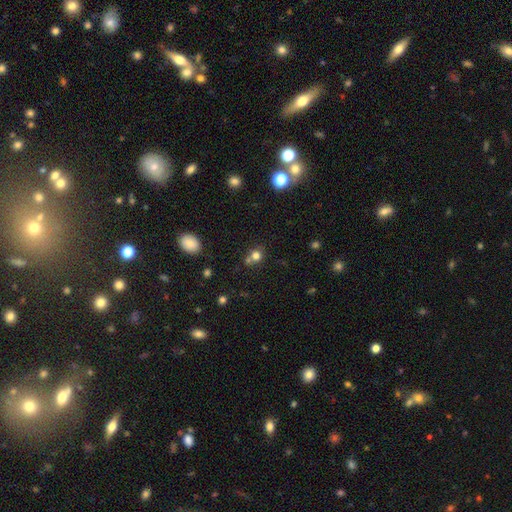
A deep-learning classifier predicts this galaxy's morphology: The model was most divided on "merging": none: 53%, merger: 33%, minor disturbance: 10%, major disturbance: 4%. More confident: how rounded — round (81%); smooth or featured — smooth (75%).